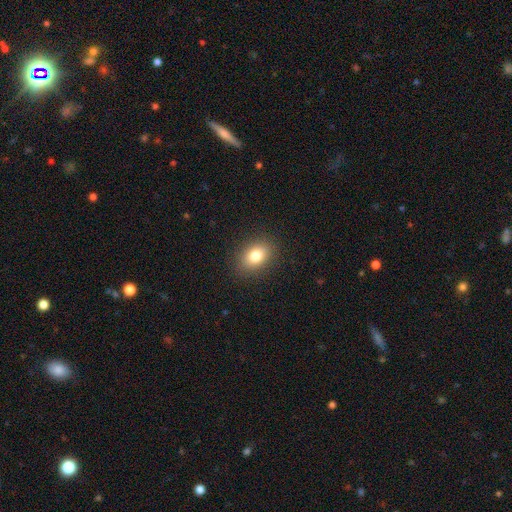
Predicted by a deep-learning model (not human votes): smooth_or_featured: smooth (p=0.80) [alt: star or artifact p=0.10]
how_rounded: in between (p=0.74) [alt: round p=0.25]
merging: none (p=0.88) [alt: minor disturbance p=0.08]